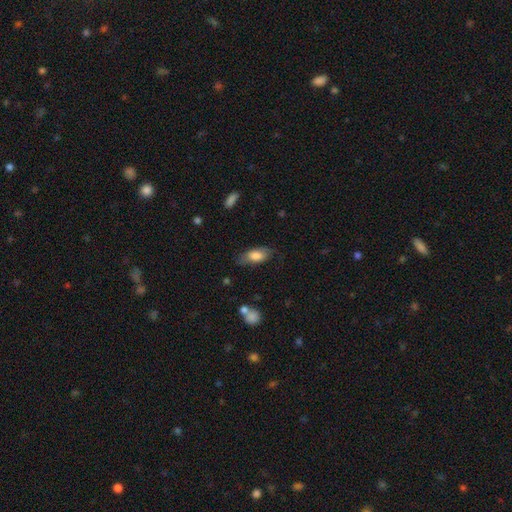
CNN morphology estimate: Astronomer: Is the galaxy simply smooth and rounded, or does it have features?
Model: smooth — 76%.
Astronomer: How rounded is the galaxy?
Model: in between — 85%.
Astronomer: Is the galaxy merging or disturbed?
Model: none — 72%.